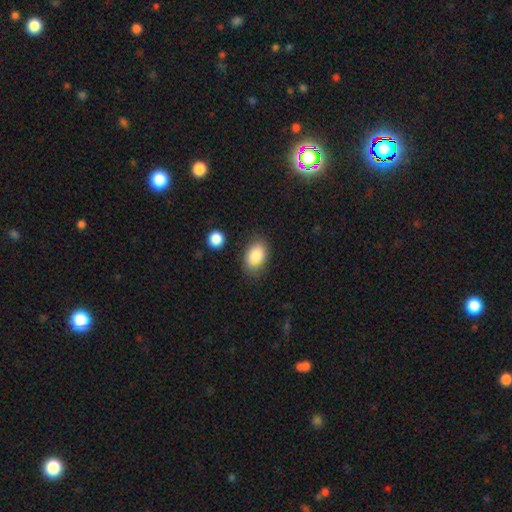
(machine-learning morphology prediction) Smooth or featured: smooth — 86% (featured or disk — 7%)
How rounded: in between — 88% (round — 11%)
Merging: none — 80% (minor disturbance — 14%)